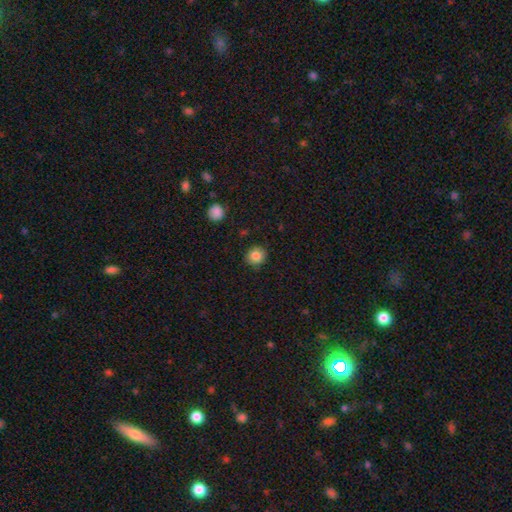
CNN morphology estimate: Smooth or featured: smooth — 83% (star or artifact — 10%)
How rounded: round — 86% (in between — 13%)
Merging: none — 88% (minor disturbance — 9%)